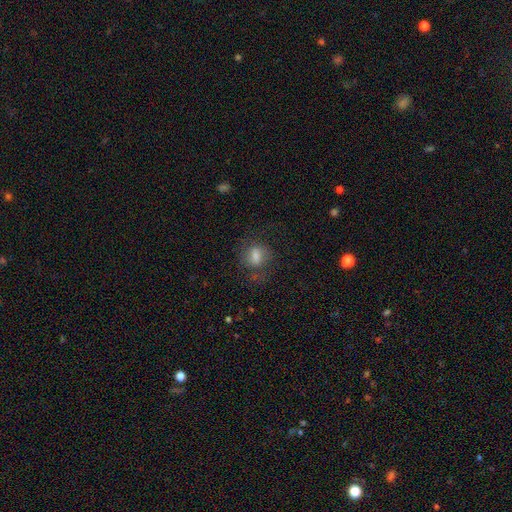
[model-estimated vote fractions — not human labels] The model was most divided on "how rounded": in between: 52%, round: 45%, cigar-shaped: 2%. More confident: smooth or featured — smooth (61%); merging — none (61%).